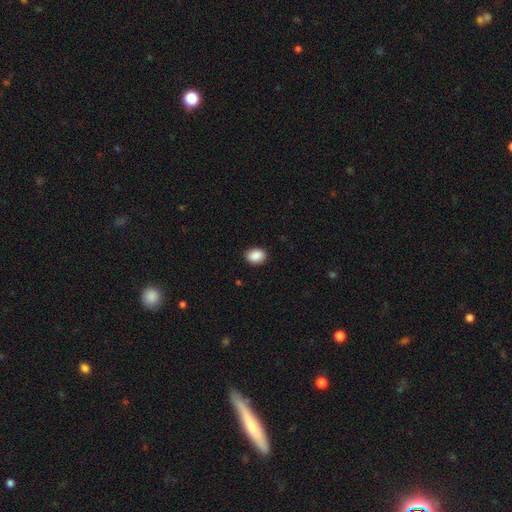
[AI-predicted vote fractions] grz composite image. It shows a smooth galaxy with no disk features (89%) that is in between round and cigar-shaped (67%). Merging: none (89%).